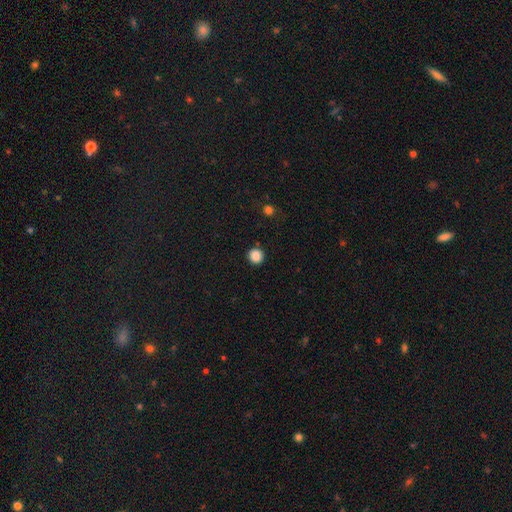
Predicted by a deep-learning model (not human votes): A smooth galaxy with no disk features (87%) that is round (93%).

Vote fractions:
- Smooth or featured? smooth: 87% / star or artifact: 10% / featured or disk: 3%
- How rounded? round: 93% / in between: 6% / cigar-shaped: 1%
- Merging? none: 91% / minor disturbance: 6% / major disturbance: 2% / merger: 2%